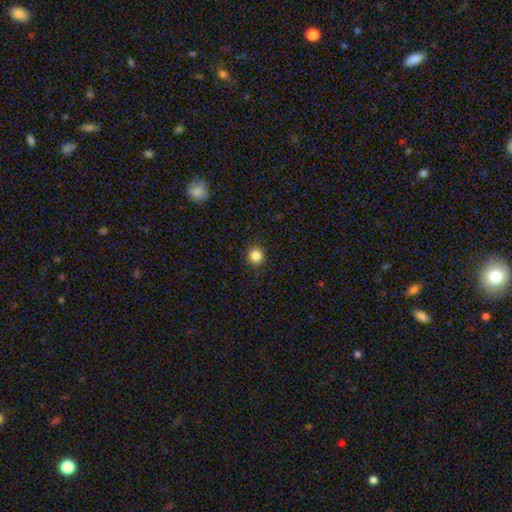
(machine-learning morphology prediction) type=smooth (84%); roundness=round (92%); merging=none (91%).